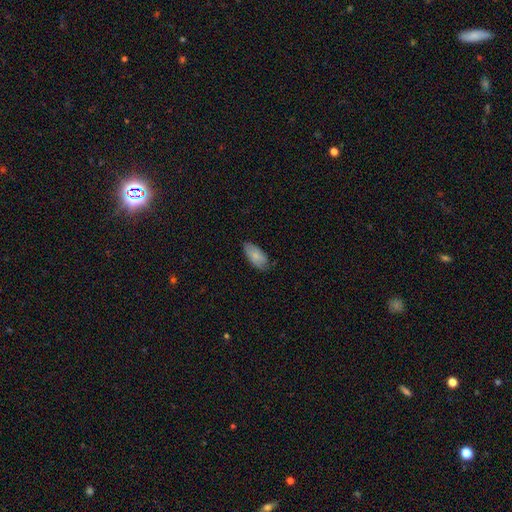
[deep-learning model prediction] Smooth or featured: smooth — 78% (featured or disk — 16%)
How rounded: in between — 91% (cigar-shaped — 7%)
Merging: none — 70% (minor disturbance — 25%)